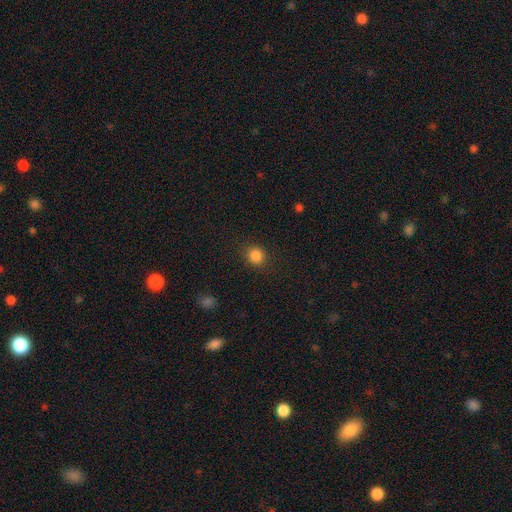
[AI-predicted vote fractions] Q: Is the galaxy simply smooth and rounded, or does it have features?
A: smooth — 86%.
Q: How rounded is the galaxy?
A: round — 84%.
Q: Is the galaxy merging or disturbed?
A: none — 89%.